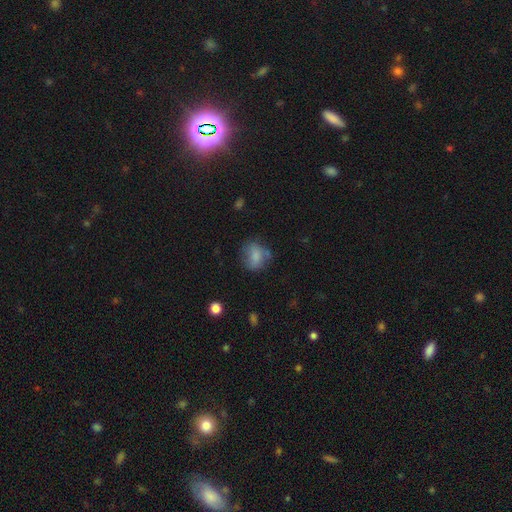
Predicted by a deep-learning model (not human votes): This appears to be a smooth galaxy with no disk features (76%) that is round (52%). Merging: none (57%).